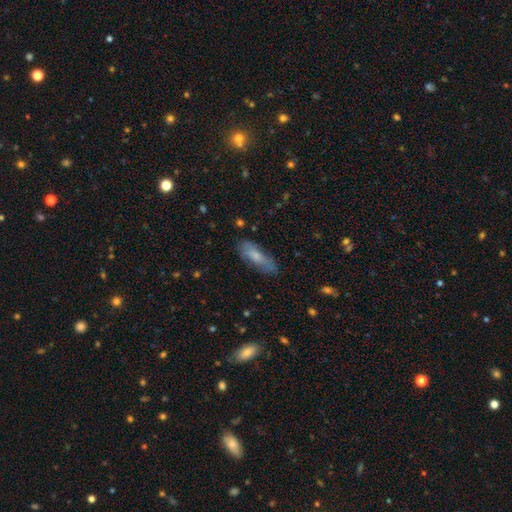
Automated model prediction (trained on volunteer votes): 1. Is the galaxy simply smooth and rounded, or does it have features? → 69% smooth, 24% featured or disk, 7% star or artifact.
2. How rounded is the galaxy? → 50% in between, 48% cigar-shaped, 2% round.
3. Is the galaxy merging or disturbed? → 72% none, 21% minor disturbance, 5% major disturbance, 2% merger.